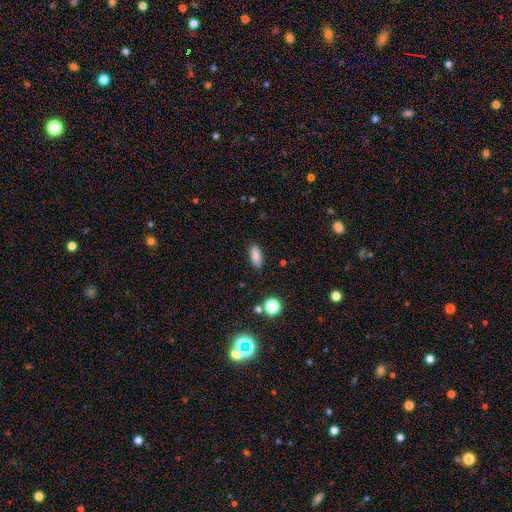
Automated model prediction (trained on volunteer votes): This appears to be a smooth galaxy with no disk features (84%) that is in between round and cigar-shaped (82%). Merging: none (86%).